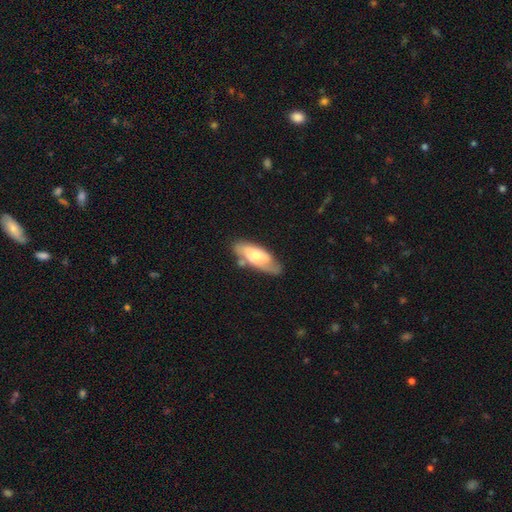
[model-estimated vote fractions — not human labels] Overall: featured or disk (51%; smooth 44%). Edge-on disk: no (81%). Merging: none (61%; minor disturbance 23%).